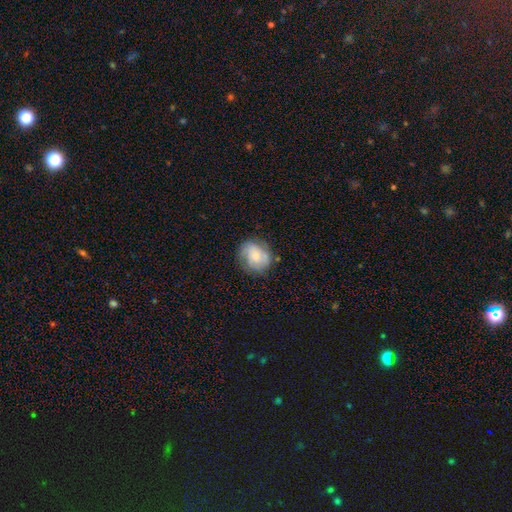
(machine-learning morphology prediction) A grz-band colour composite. It shows a smooth galaxy with no disk features (48%). Merging: none (70%).